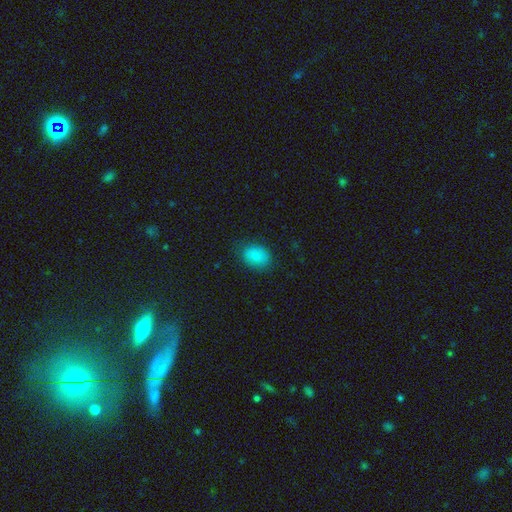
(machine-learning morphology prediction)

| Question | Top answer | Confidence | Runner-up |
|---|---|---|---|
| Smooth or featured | smooth | 85% | star or artifact (9%) |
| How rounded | in between | 70% | round (29%) |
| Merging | none | 79% | minor disturbance (15%) |